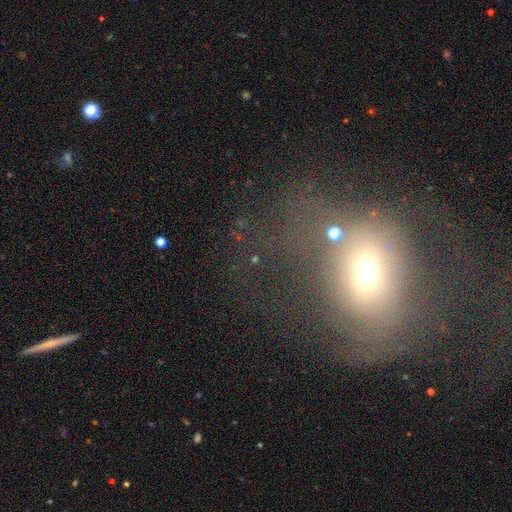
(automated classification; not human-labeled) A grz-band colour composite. It shows a smooth galaxy with no disk features (46%). Merging: major disturbance (39%).